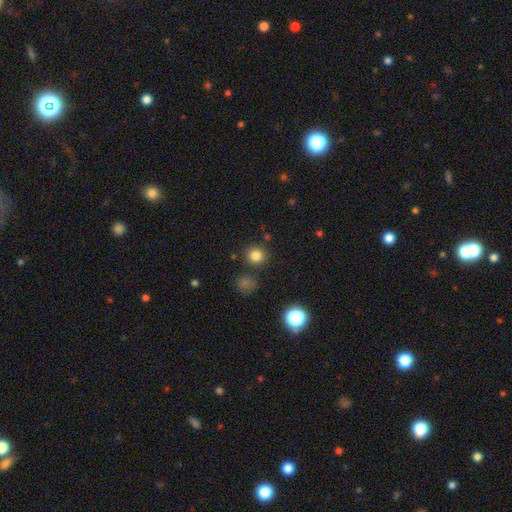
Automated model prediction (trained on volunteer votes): The model was most divided on "smooth or featured": smooth: 82%, star or artifact: 14%, featured or disk: 5%. More confident: how rounded — round (91%); merging — none (83%).